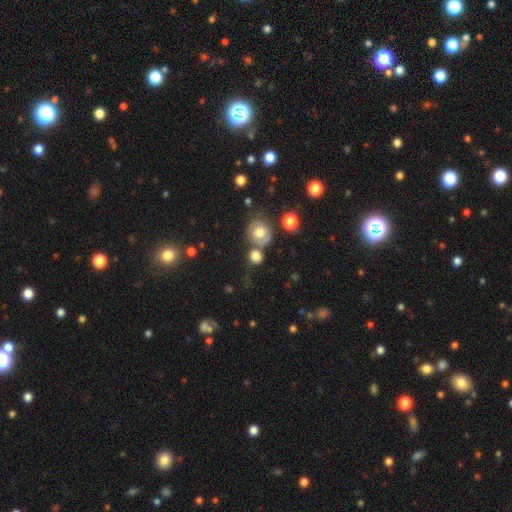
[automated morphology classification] The model was most divided on "merging": none: 43%, merger: 28%, minor disturbance: 15%, major disturbance: 13%. More confident: how rounded — round (80%); smooth or featured — smooth (73%).